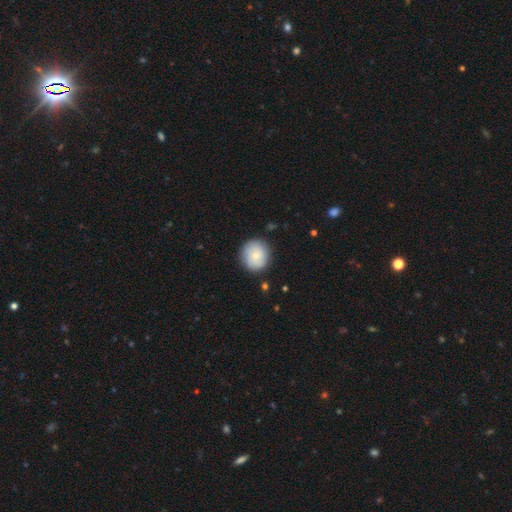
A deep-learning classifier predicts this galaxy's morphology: smooth_or_featured: smooth (p=0.74) [alt: featured or disk p=0.19]
how_rounded: round (p=0.89) [alt: in between p=0.10]
merging: none (p=0.85) [alt: minor disturbance p=0.11]